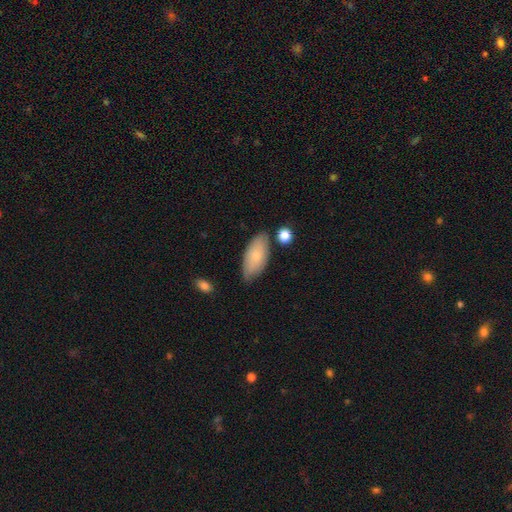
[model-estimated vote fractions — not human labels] A smooth galaxy with no disk features (73%) that is in between round and cigar-shaped (91%). Merging: none (72%).